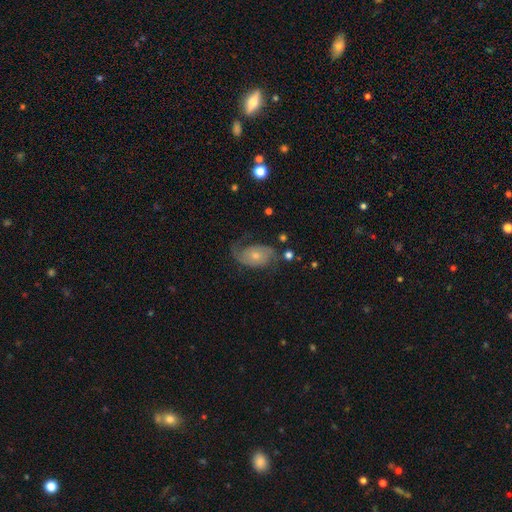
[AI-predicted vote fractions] Overall: featured or disk (74%). Edge-on disk: no (96%). Bar: no (70%). Spiral arms: yes (92%). Spiral arm count: 2 (76%). Spiral winding: medium (40%, tied with loose). Bulge size: small (56%; moderate 37%). Merging: none (58%; minor disturbance 22%).